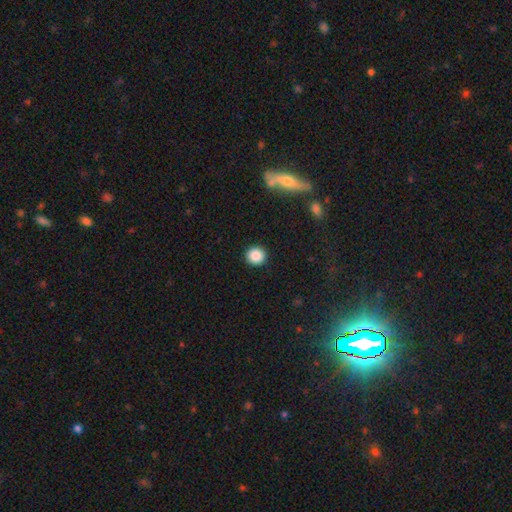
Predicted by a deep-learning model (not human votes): smooth 86%, star or artifact 10%, featured or disk 4%. Down the decision tree: how rounded — round (94%); merging — none (92%).